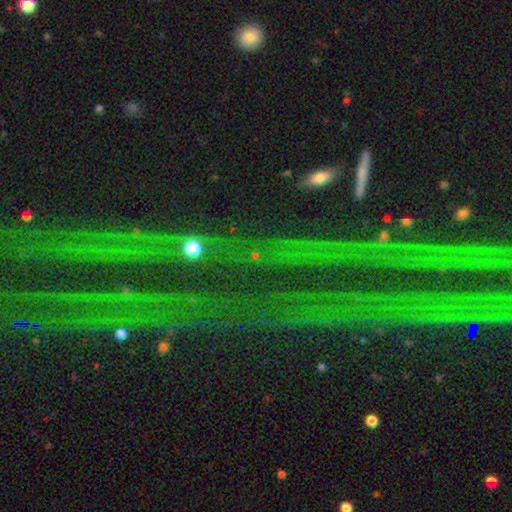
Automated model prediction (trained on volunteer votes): The model was most divided on "smooth or featured": star or artifact: 62%, smooth: 23%, featured or disk: 15%.